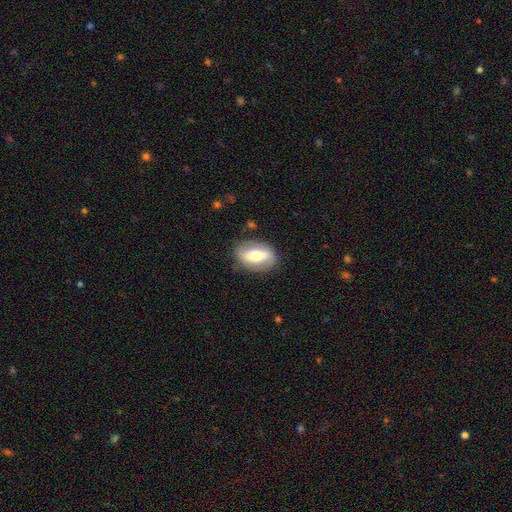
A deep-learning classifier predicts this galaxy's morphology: Smooth or featured?
  - smooth: 52% *
  - featured or disk: 41%
  - star or artifact: 6%
How rounded?
  - in between: 84% *
  - round: 11%
  - cigar-shaped: 5%
Merging?
  - none: 81% *
  - minor disturbance: 13%
  - major disturbance: 4%
  - merger: 1%